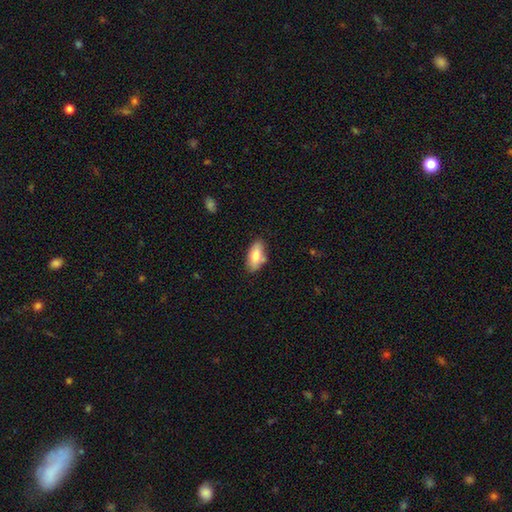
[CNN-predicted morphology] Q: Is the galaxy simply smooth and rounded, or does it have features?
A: smooth — 74%.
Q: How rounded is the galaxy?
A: in between — 89%.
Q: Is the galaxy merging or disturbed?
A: none — 75%.